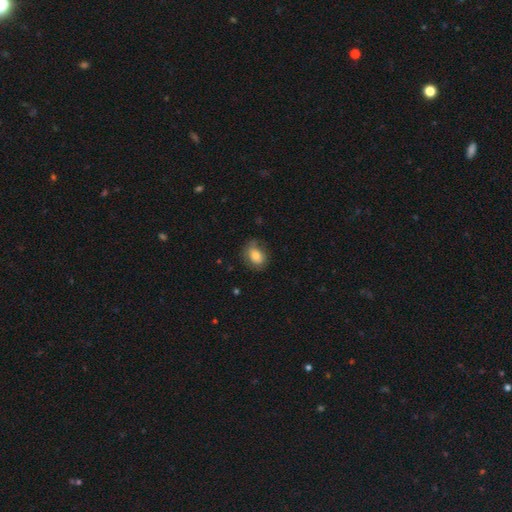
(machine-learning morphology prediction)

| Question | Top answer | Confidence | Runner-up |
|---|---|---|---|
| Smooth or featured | smooth | 72% | featured or disk (20%) |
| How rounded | in between | 63% | round (36%) |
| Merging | none | 65% | minor disturbance (25%) |